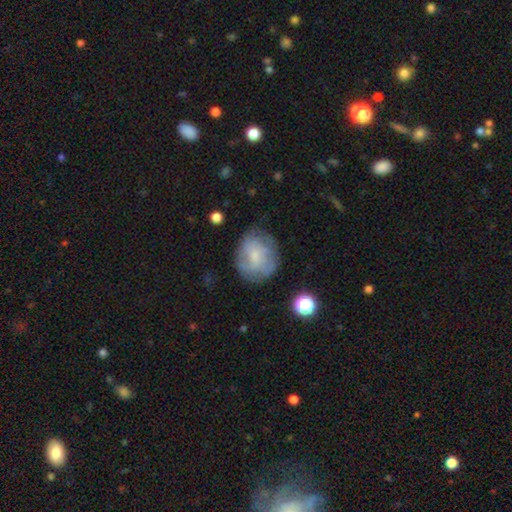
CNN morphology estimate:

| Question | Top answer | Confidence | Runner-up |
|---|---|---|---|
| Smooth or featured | smooth | 55% | featured or disk (36%) |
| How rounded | round | 70% | in between (29%) |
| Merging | none | 64% | minor disturbance (23%) |